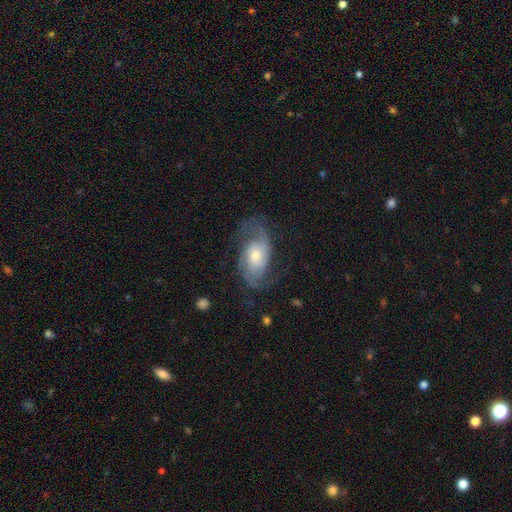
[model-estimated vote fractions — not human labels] featured or disk 81%, smooth 13%, star or artifact 6%. Down the decision tree: edge-on disk — no (96%); bar — no (61%); spiral arms — yes (94%); spiral arm count — 2 (82%); spiral winding — medium (47%); bulge size — moderate (52%); merging — none (68%).